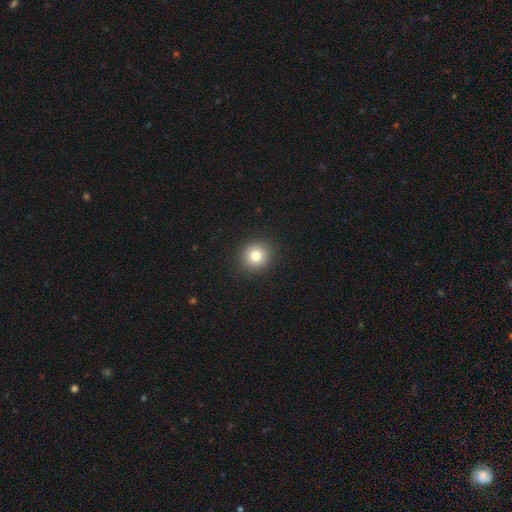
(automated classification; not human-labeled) This is likely a smooth galaxy (79%). How rounded: clearly round (91%). Merging: clearly none (92%).